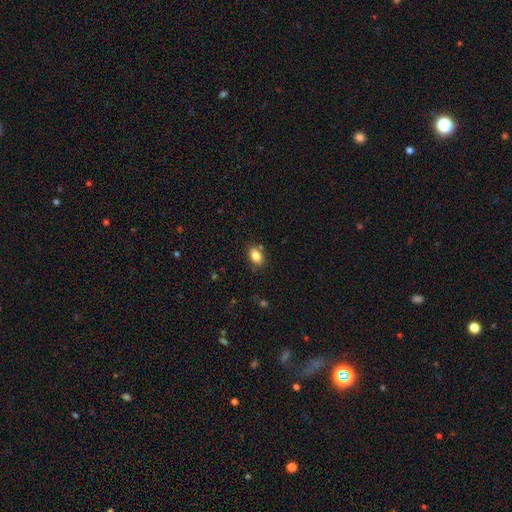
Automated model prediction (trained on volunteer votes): This appears to be a smooth galaxy with no disk features (84%) that is in between round and cigar-shaped (83%). Merging: none (81%).